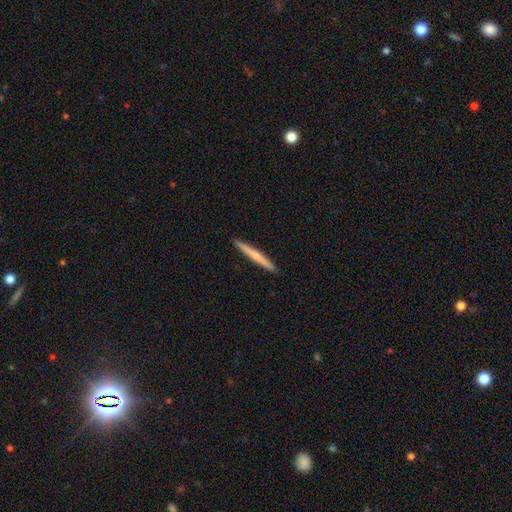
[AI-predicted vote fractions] Morphology: type=smooth (54%); roundness=cigar-shaped (97%); merging=none (93%).